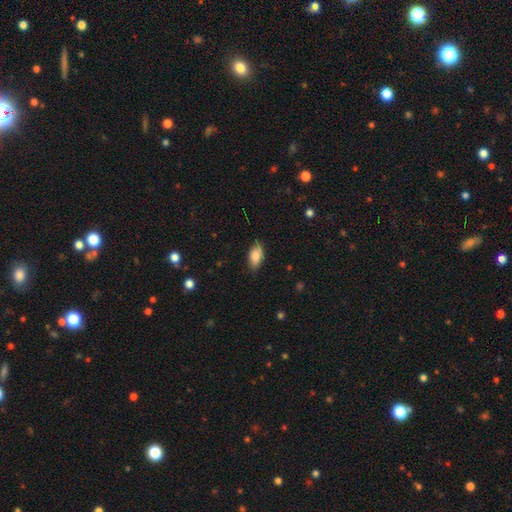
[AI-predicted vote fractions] A smooth galaxy with no disk features (86%) that is in between round and cigar-shaped (92%).

Vote fractions:
- Smooth or featured? smooth: 86% / featured or disk: 7% / star or artifact: 7%
- How rounded? in between: 92% / cigar-shaped: 5% / round: 3%
- Merging? none: 82% / minor disturbance: 14% / major disturbance: 3% / merger: 1%